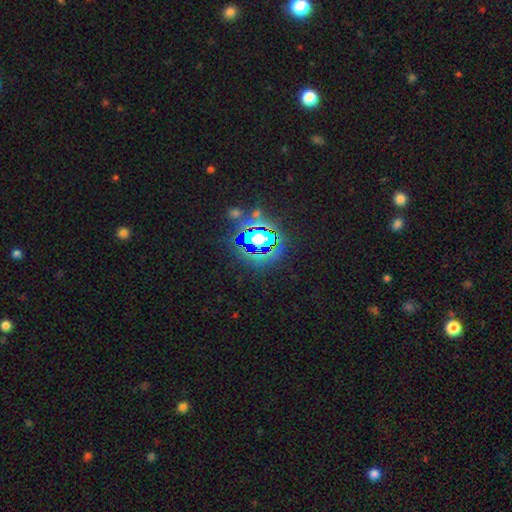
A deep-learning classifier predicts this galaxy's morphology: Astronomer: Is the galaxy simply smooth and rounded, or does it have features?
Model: star or artifact — 74%.